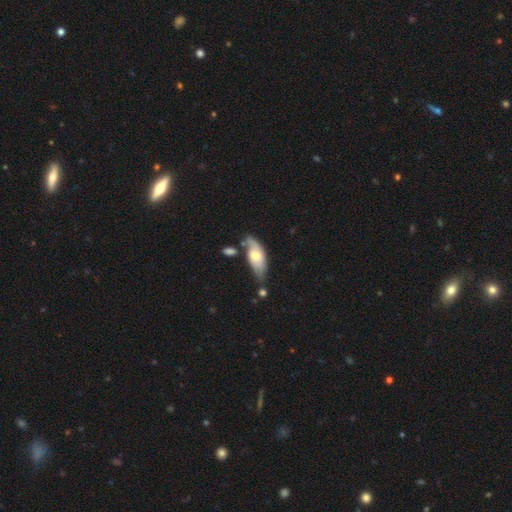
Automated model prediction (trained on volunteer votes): This appears to be a smooth galaxy with no disk features (50%). Merging: none (51%).